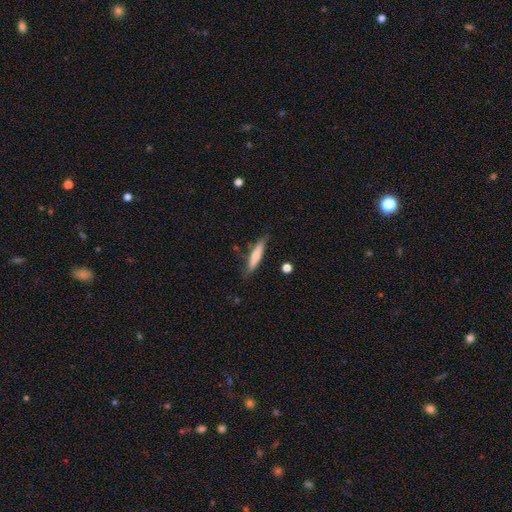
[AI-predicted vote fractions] The model was most divided on "smooth or featured": smooth: 62%, featured or disk: 32%, star or artifact: 6%. More confident: how rounded — cigar-shaped (87%); merging — none (79%).